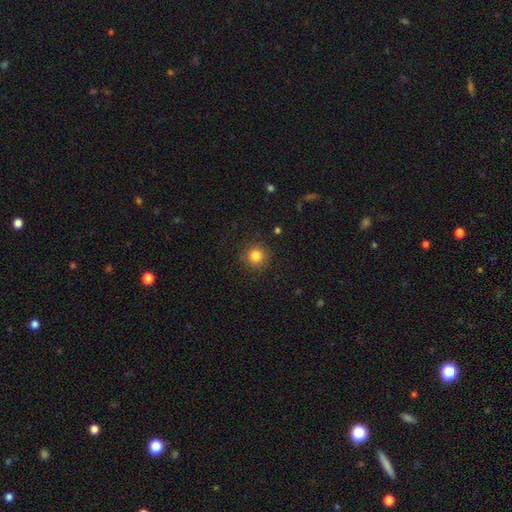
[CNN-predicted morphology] smooth-or-featured: smooth: 83% | star or artifact: 11% | featured or disk: 5%
  how-rounded: round: 95% | in between: 5% | cigar-shaped: 1%
  merging: none: 90% | minor disturbance: 6% | major disturbance: 2% | merger: 1%